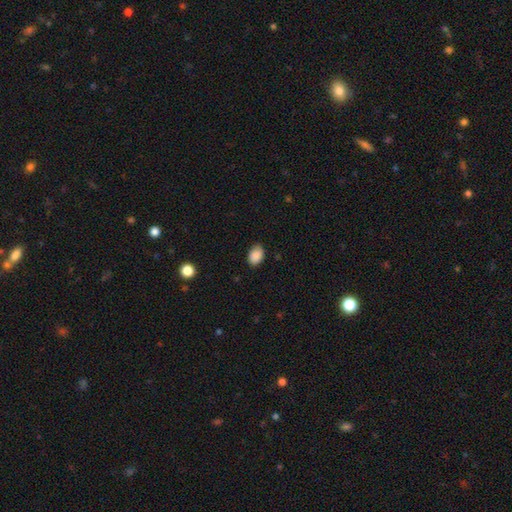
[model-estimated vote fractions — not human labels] smooth-or-featured: smooth: 89% | star or artifact: 8% | featured or disk: 3%
  how-rounded: in between: 83% | round: 16% | cigar-shaped: 1%
  merging: none: 81% | minor disturbance: 16% | major disturbance: 3% | merger: 1%